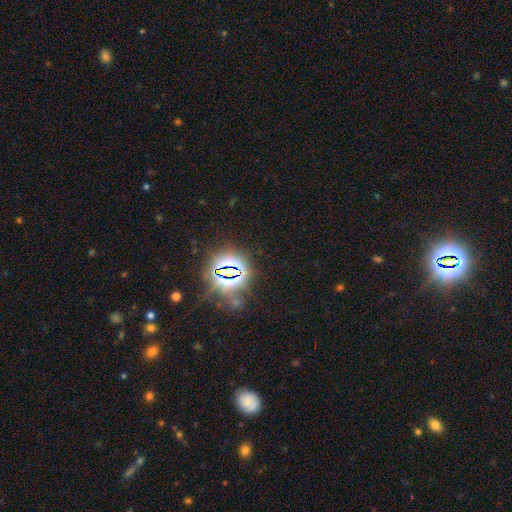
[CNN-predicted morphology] This appears to be a star or artifact, not a galaxy (82%).